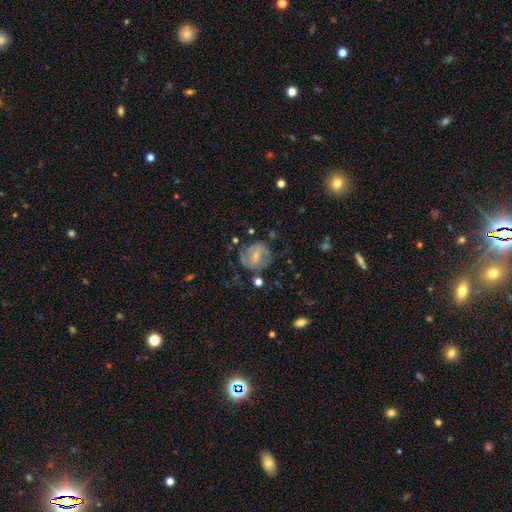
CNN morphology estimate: Overall: featured or disk (61%; smooth 31%). Edge-on disk: no (96%). Bar: weak (43%; no 30%). Spiral arms: yes (70%). Bulge size: small (65%; moderate 28%). Merging: none (61%; minor disturbance 22%).